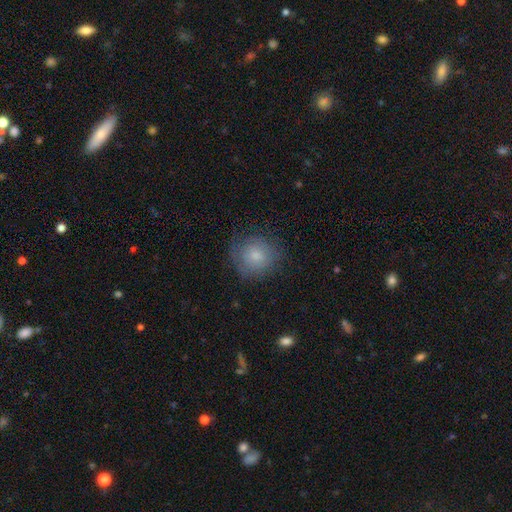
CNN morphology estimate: A smooth galaxy with no disk features (72%) that is round (89%). Merging: none (73%).